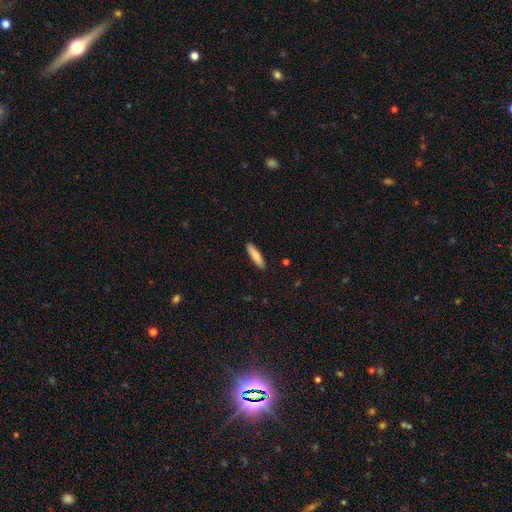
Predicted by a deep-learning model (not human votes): Q: Smooth or featured?
A: smooth (81%); runner-up: featured or disk (14%)
Q: How rounded?
A: cigar-shaped (80%); runner-up: in between (19%)
Q: Merging?
A: none (91%); runner-up: minor disturbance (7%)